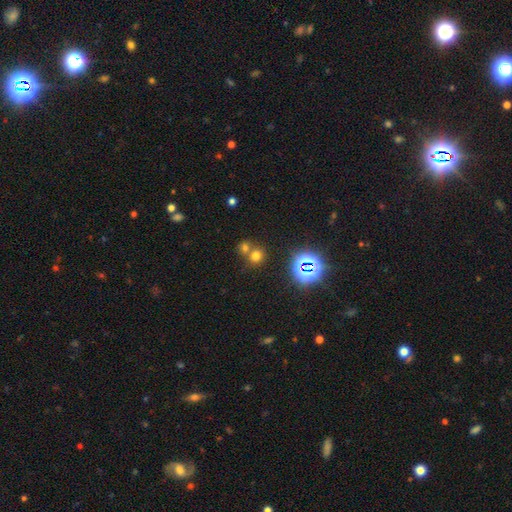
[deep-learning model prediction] smooth_or_featured: smooth (p=0.63) [alt: star or artifact p=0.28]
how_rounded: round (p=0.84) [alt: in between p=0.15]
merging: none (p=0.52) [alt: merger p=0.39]